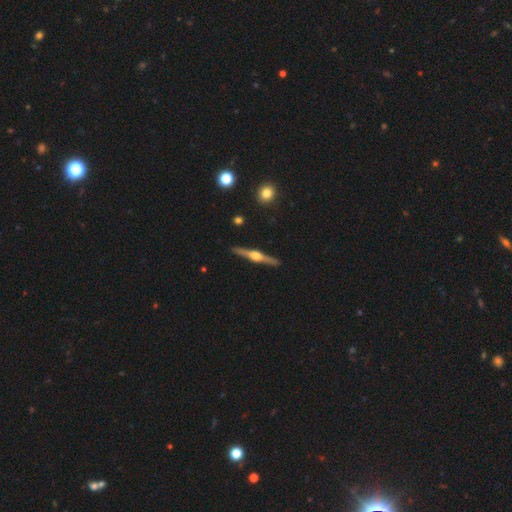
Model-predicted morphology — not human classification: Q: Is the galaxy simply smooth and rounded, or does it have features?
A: featured or disk — 82%.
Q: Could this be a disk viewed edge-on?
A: yes — 98%.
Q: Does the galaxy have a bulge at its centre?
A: rounded — 94%.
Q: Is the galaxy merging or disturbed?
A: none — 92%.